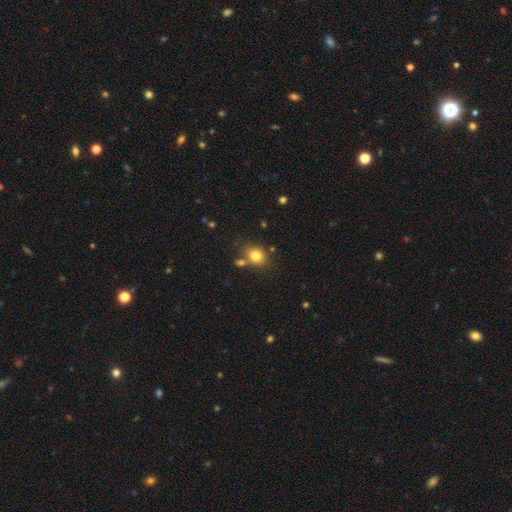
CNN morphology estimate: Smooth or featured?
  - smooth: 80% *
  - star or artifact: 11%
  - featured or disk: 9%
How rounded?
  - round: 52% *
  - in between: 47%
  - cigar-shaped: 1%
Merging?
  - none: 69% *
  - merger: 15%
  - minor disturbance: 12%
  - major disturbance: 4%